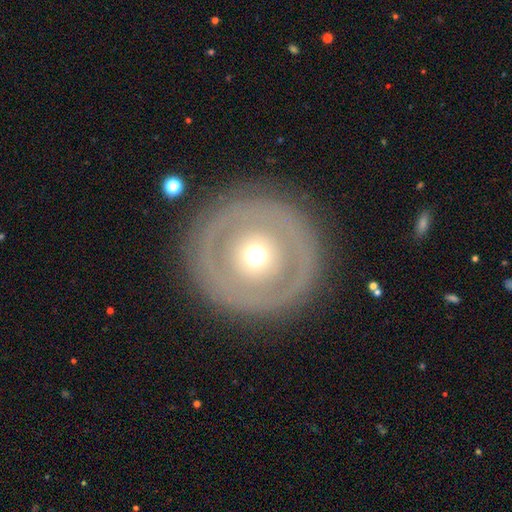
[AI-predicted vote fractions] smooth-or-featured: featured or disk: 56% | smooth: 38% | star or artifact: 6%
  disk-edge-on: no: 95% | yes: 5%
    bar: no: 89% | weak: 8% | strong: 4%
    has-spiral-arms: no: 85% | yes: 15%
    bulge-size: moderate: 61% | small: 27% | large: 9% | dominant: 2% | none: 1%
  merging: none: 85% | minor disturbance: 8% | major disturbance: 5% | merger: 2%